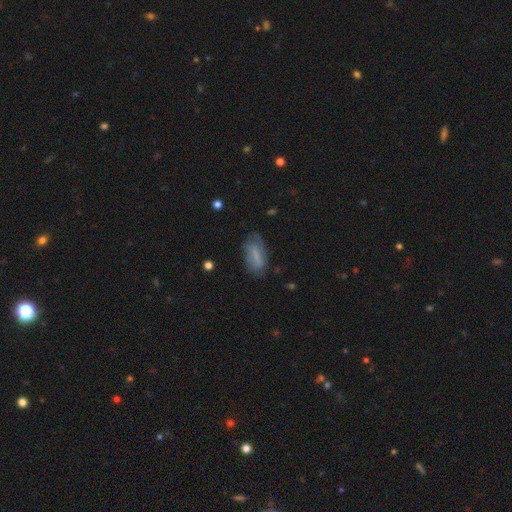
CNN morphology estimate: A smooth galaxy with no disk features (64%) that is in between round and cigar-shaped (86%). Merging: none (64%).